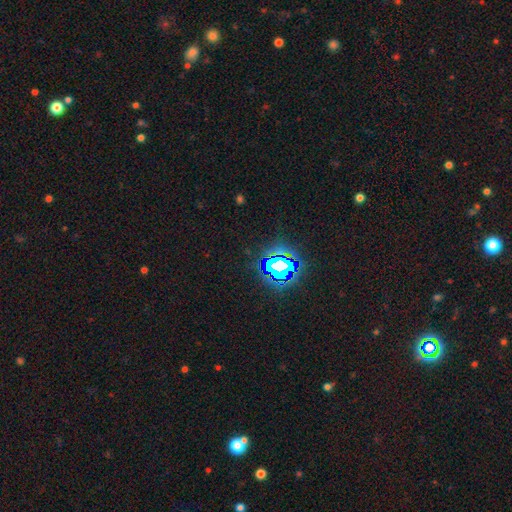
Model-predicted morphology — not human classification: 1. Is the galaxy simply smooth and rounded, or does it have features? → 83% star or artifact, 10% smooth, 6% featured or disk.